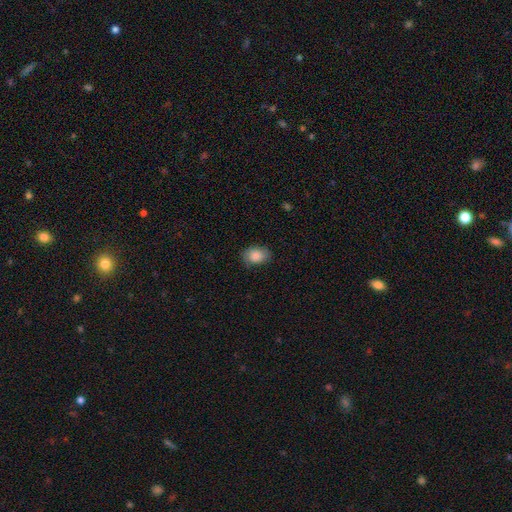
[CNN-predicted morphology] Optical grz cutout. It shows a smooth galaxy with no disk features (86%) that is in between round and cigar-shaped (76%). Merging: none (76%).